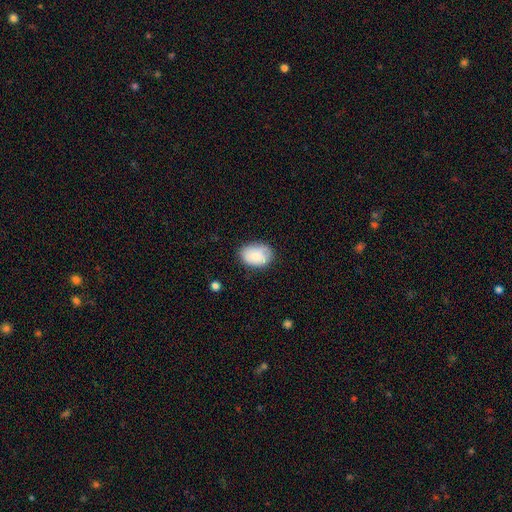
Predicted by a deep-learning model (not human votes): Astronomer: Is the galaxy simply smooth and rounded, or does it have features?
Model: smooth — 80%.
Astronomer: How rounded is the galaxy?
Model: in between — 79%.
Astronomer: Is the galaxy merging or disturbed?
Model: none — 70%.